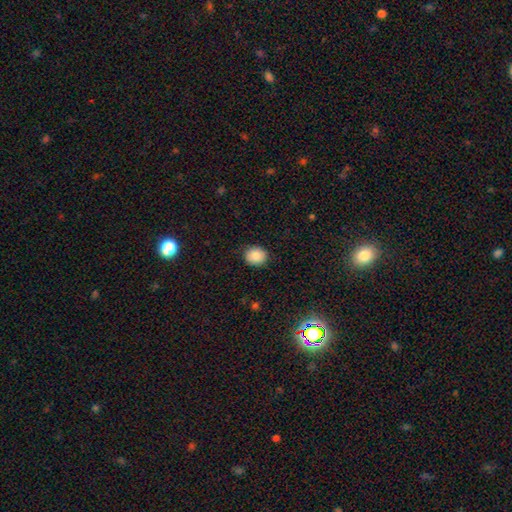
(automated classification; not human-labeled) smooth-or-featured: smooth: 86% | star or artifact: 9% | featured or disk: 5%
  how-rounded: round: 74% | in between: 25% | cigar-shaped: 1%
  merging: none: 88% | minor disturbance: 9% | major disturbance: 2% | merger: 1%